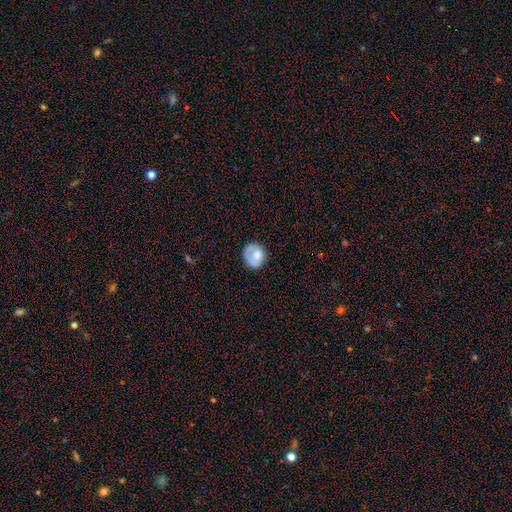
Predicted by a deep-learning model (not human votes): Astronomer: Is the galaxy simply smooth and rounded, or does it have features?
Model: smooth — 71%.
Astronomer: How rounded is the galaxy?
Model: round — 71%.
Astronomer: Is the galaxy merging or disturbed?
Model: none — 60%.